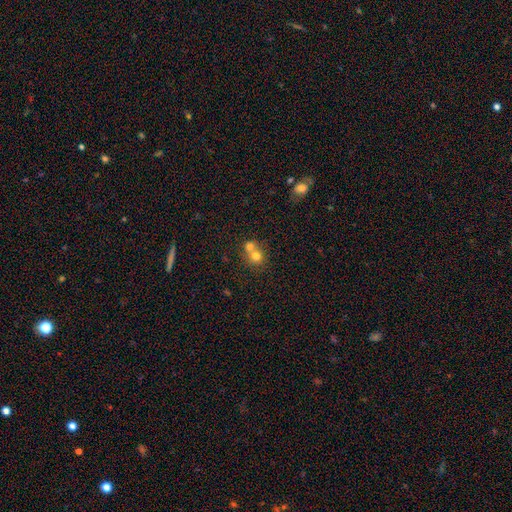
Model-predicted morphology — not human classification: Smooth or featured? Predicted: smooth (p=0.72). How rounded? Predicted: round (p=0.81). Merging? Predicted: merger (p=0.60).